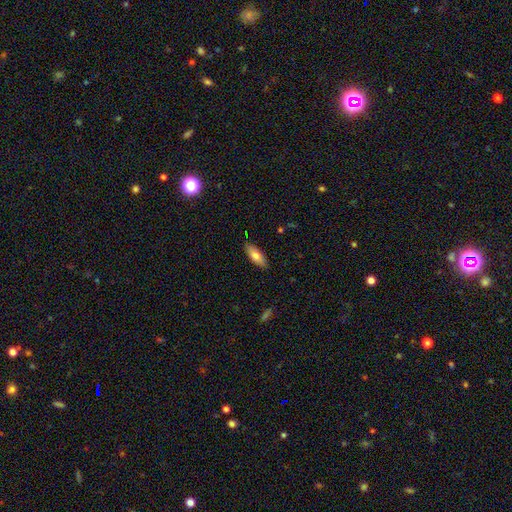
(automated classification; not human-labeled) smooth 73%, featured or disk 20%, star or artifact 7%. Down the decision tree: how rounded — in between (75%); merging — none (86%).